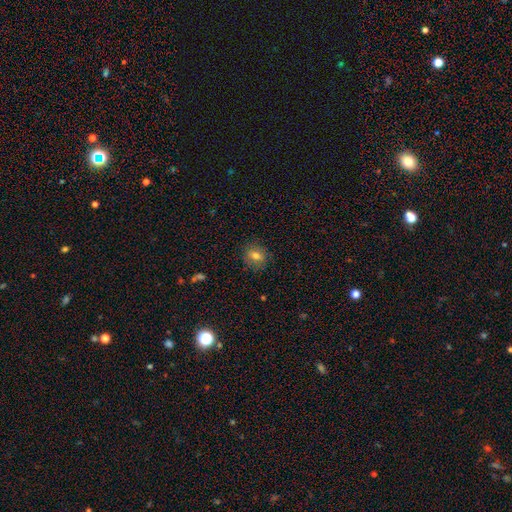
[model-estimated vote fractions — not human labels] This appears to be a smooth galaxy with no disk features (72%) that is round (62%). Merging: none (84%).